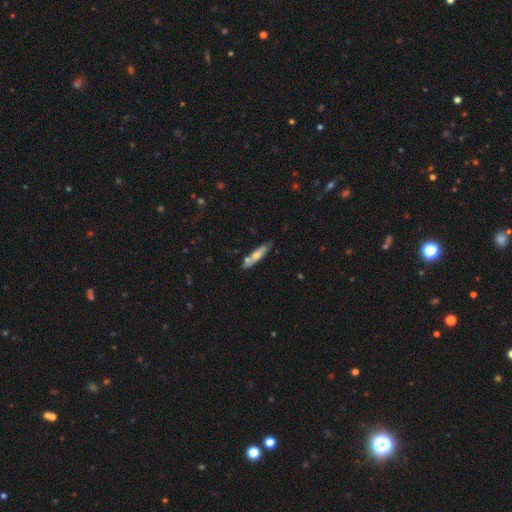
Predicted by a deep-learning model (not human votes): Smooth or featured?
  - smooth: 54% *
  - featured or disk: 39%
  - star or artifact: 6%
How rounded?
  - cigar-shaped: 79% *
  - in between: 19%
  - round: 2%
Merging?
  - none: 69% *
  - minor disturbance: 16%
  - merger: 11%
  - major disturbance: 3%